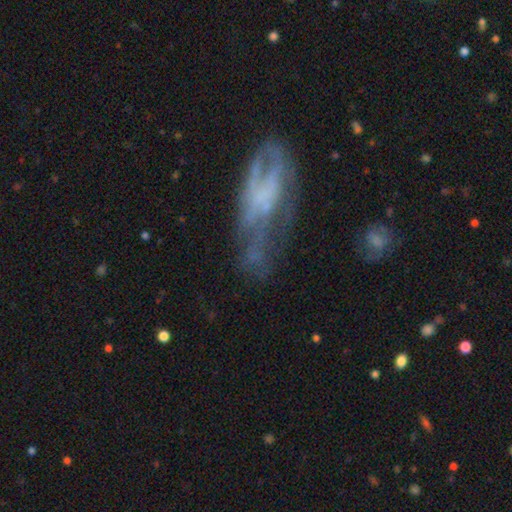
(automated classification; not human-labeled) Smooth or featured?
  - featured or disk: 58% *
  - smooth: 27%
  - star or artifact: 14%
Edge-on disk?
  - no: 82% *
  - yes: 18%
Merging?
  - none: 42% *
  - major disturbance: 29%
  - minor disturbance: 23%
  - merger: 6%